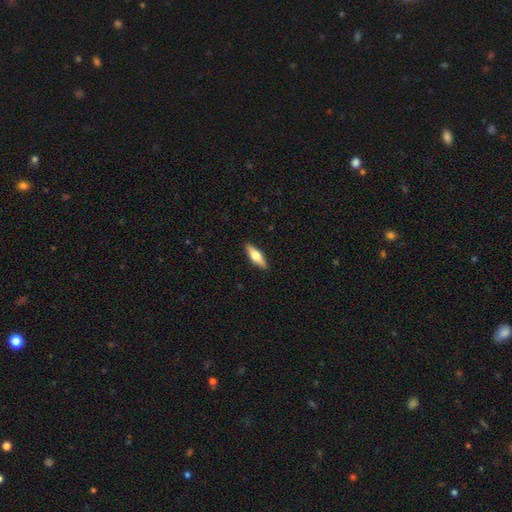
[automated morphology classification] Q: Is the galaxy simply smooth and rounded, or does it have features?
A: smooth — 50%.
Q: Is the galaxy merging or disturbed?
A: none — 90%.